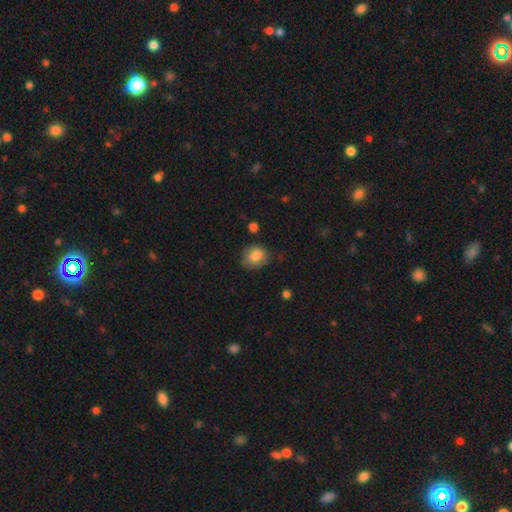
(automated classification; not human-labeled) Smooth or featured? smooth (82%)
How rounded? round (55%)
Merging? none (67%)